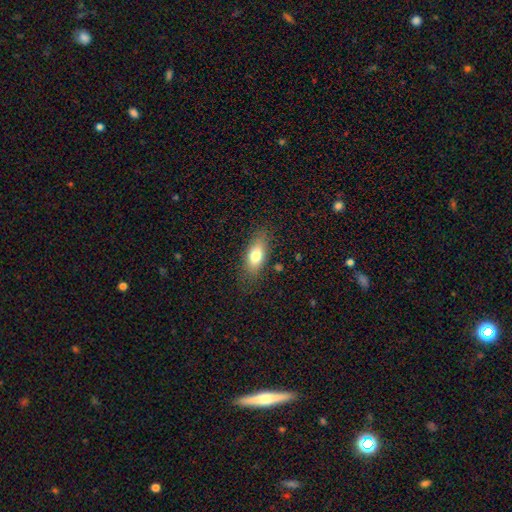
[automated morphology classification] This appears to be a smooth galaxy with no disk features (74%) that is in between round and cigar-shaped (77%). Merging: none (82%).